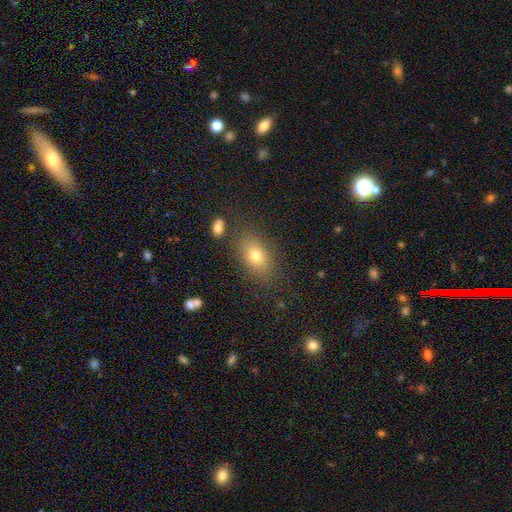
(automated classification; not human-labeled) smooth-or-featured: smooth: 76% | featured or disk: 13% | star or artifact: 11%
  how-rounded: in between: 82% | round: 15% | cigar-shaped: 3%
  merging: none: 80% | minor disturbance: 12% | major disturbance: 4% | merger: 4%